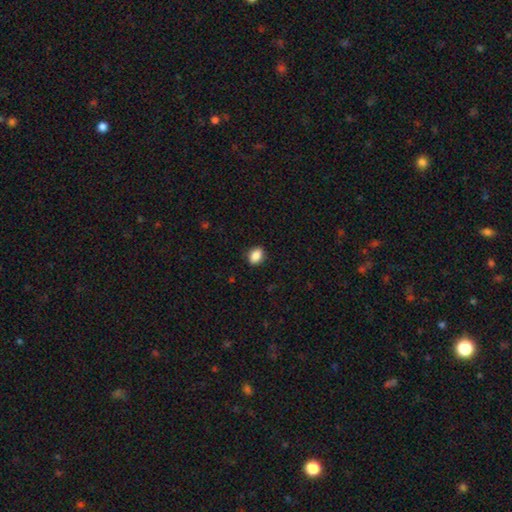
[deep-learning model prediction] Q: Smooth or featured?
A: smooth (88%); runner-up: star or artifact (8%)
Q: How rounded?
A: in between (69%); runner-up: round (30%)
Q: Merging?
A: none (88%); runner-up: minor disturbance (9%)